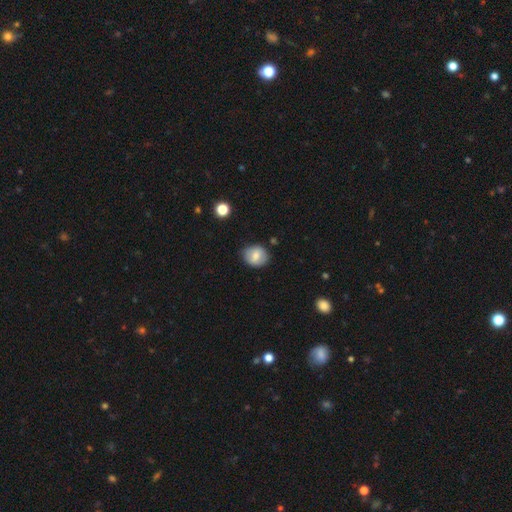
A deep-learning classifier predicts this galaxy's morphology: Smooth or featured? Predicted: smooth (p=0.72). How rounded? Predicted: round (p=0.68). Merging? Predicted: none (p=0.79).